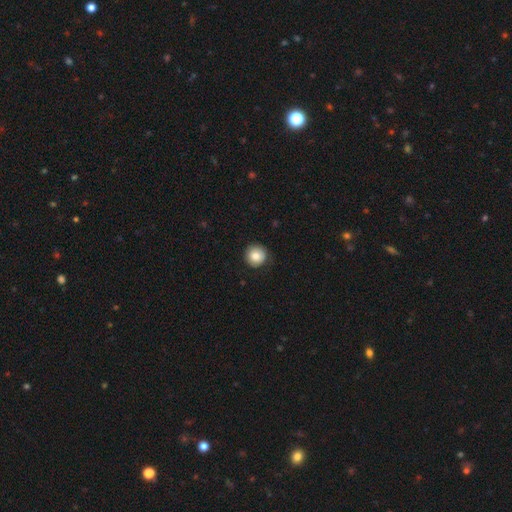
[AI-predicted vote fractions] A smooth galaxy with no disk features (83%) that is round (95%). Merging: none (87%).